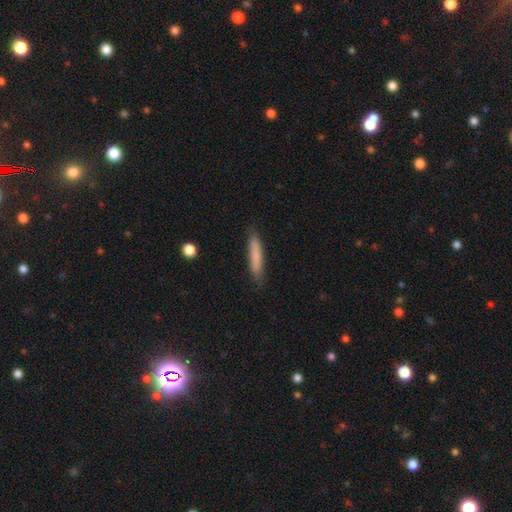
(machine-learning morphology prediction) smooth-or-featured: smooth: 79% | featured or disk: 15% | star or artifact: 6%
  how-rounded: cigar-shaped: 90% | in between: 9% | round: 1%
  merging: none: 84% | minor disturbance: 13% | major disturbance: 2% | merger: 1%